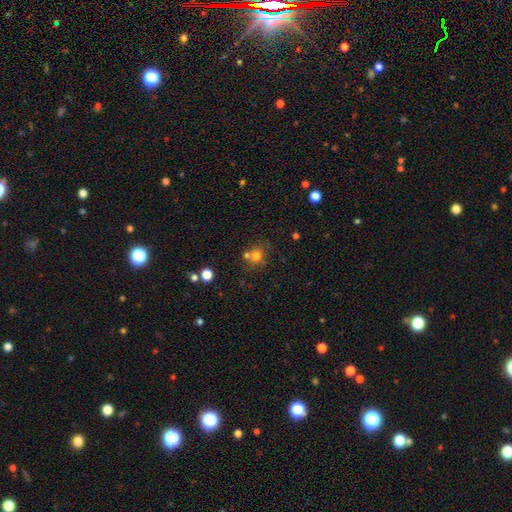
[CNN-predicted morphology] This is likely a smooth galaxy (73%). How rounded: likely round (77%). Merging: possibly none (58%).